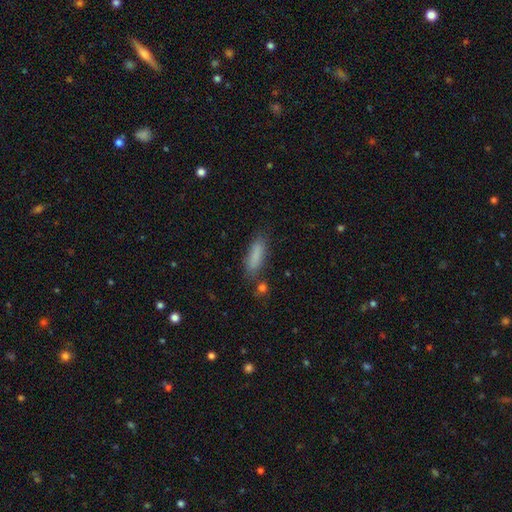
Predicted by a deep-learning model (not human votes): smooth 83%, featured or disk 8%, star or artifact 8%. Down the decision tree: how rounded — cigar-shaped (55%); merging — none (75%).